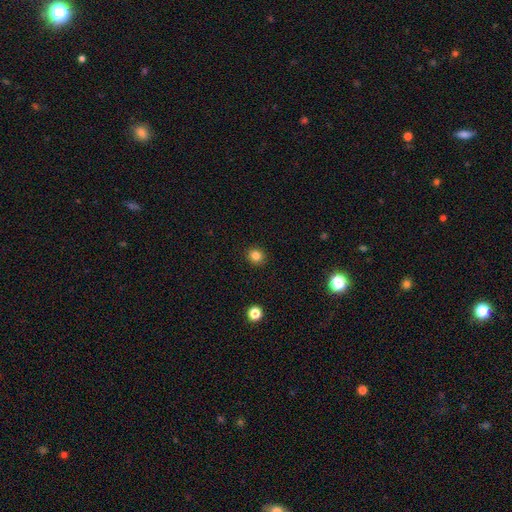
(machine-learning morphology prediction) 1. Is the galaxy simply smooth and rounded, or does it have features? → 83% smooth, 12% star or artifact, 5% featured or disk.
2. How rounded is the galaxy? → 86% round, 13% in between, 1% cigar-shaped.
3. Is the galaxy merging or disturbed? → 92% none, 6% minor disturbance, 2% major disturbance, 1% merger.